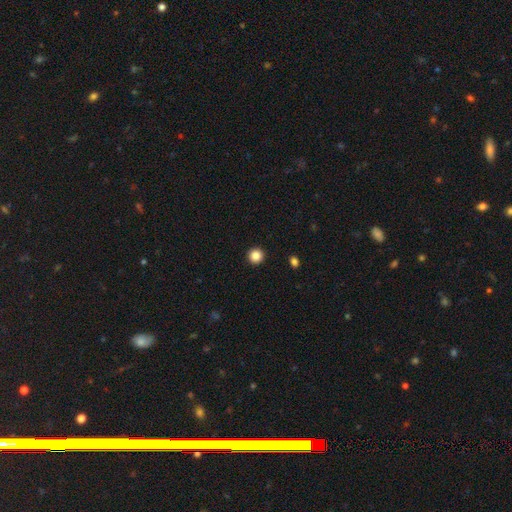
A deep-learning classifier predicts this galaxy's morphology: smooth_or_featured: smooth (p=0.86) [alt: star or artifact p=0.10]
how_rounded: round (p=0.96) [alt: in between p=0.03]
merging: none (p=0.94) [alt: minor disturbance p=0.04]